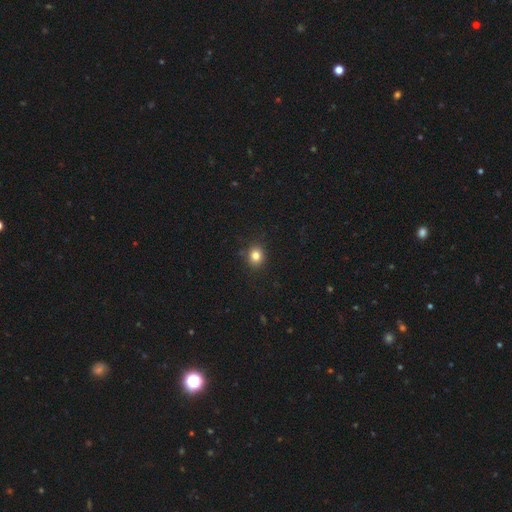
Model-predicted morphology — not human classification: Smooth or featured? smooth (82%)
How rounded? round (77%)
Merging? none (88%)